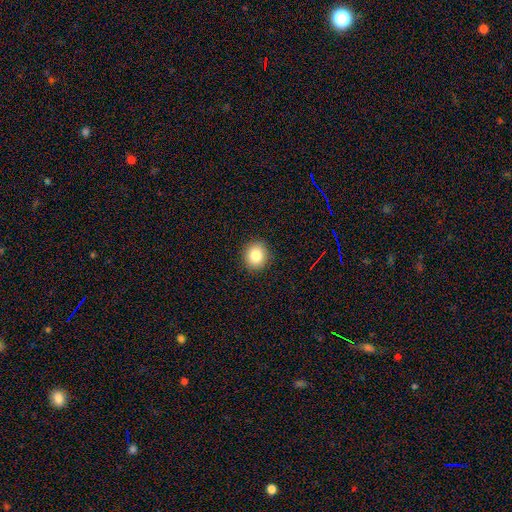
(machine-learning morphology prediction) A smooth galaxy with no disk features (83%) that is round (75%). Merging: none (91%).